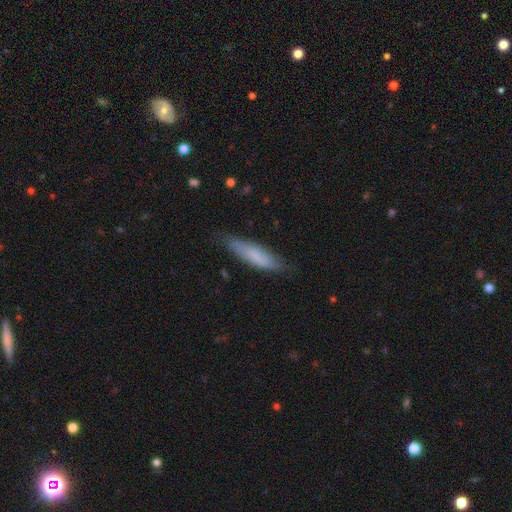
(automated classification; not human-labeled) This is likely a smooth galaxy (74%). How rounded: likely cigar-shaped (72%). Merging: likely none (74%).